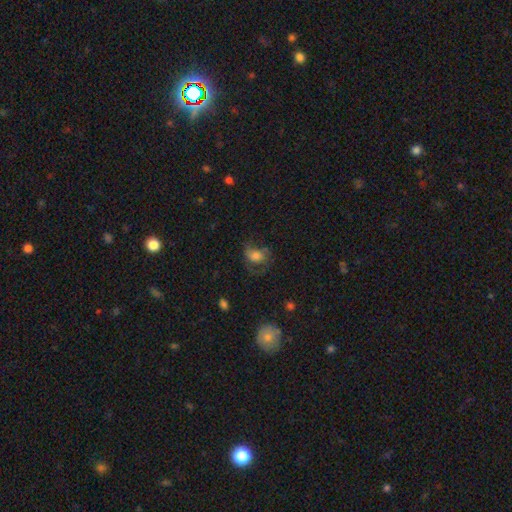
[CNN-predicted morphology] smooth 57%, featured or disk 31%, star or artifact 12%. Down the decision tree: how rounded — in between (64%); merging — none (39%).